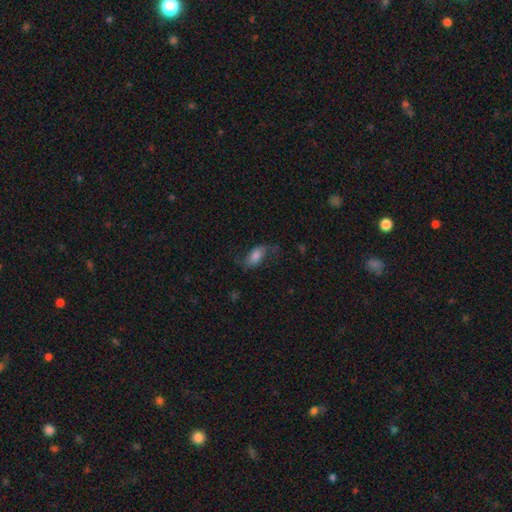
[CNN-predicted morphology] Smooth or featured? smooth (53%)
How rounded? in between (87%)
Merging? none (59%)